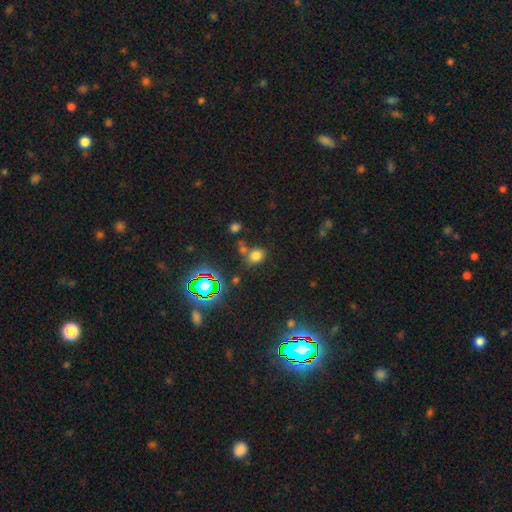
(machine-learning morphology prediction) smooth-or-featured: smooth: 70% | star or artifact: 23% | featured or disk: 7%
  how-rounded: round: 50% | in between: 48% | cigar-shaped: 1%
  merging: none: 67% | merger: 15% | minor disturbance: 13% | major disturbance: 5%